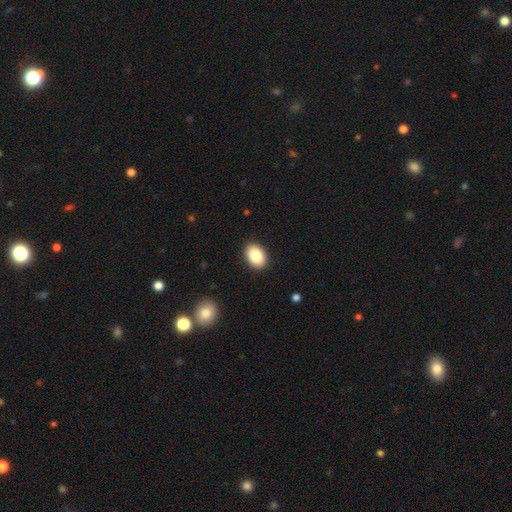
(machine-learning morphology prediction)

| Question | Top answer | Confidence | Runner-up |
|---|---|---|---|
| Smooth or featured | smooth | 87% | star or artifact (7%) |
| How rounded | in between | 87% | round (12%) |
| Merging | none | 90% | minor disturbance (7%) |